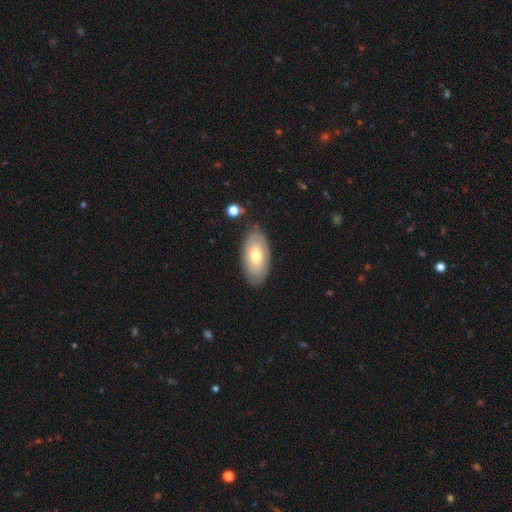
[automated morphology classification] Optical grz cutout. It shows a smooth galaxy with no disk features (54%) that is in between round and cigar-shaped (93%). Merging: none (82%).